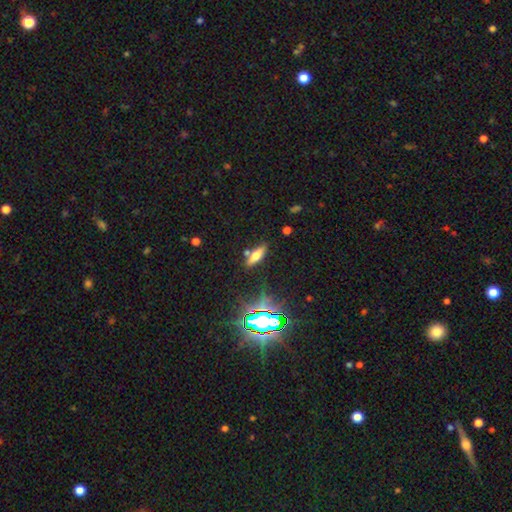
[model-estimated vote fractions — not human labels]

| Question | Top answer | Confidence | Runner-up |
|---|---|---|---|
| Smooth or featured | smooth | 54% | featured or disk (29%) |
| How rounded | in between | 56% | cigar-shaped (40%) |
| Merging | none | 75% | minor disturbance (12%) |